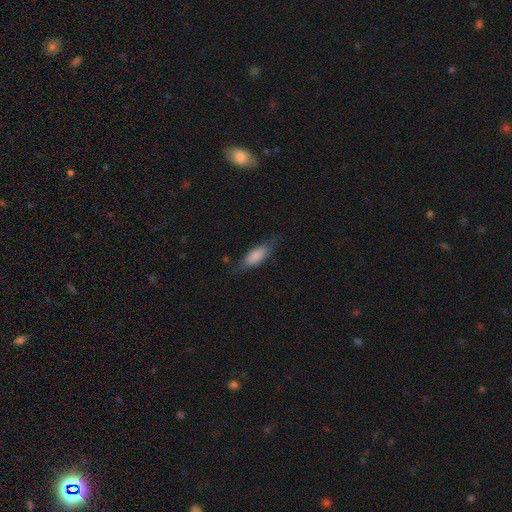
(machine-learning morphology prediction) Smooth or featured? Predicted: smooth (p=0.81). How rounded? Predicted: in between (p=0.71). Merging? Predicted: none (p=0.69).